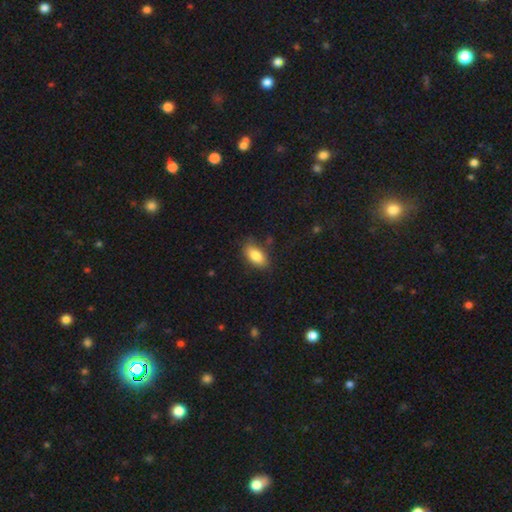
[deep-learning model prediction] smooth_or_featured: smooth (p=0.84) [alt: featured or disk p=0.09]
how_rounded: in between (p=0.89) [alt: cigar-shaped p=0.07]
merging: none (p=0.78) [alt: minor disturbance p=0.17]